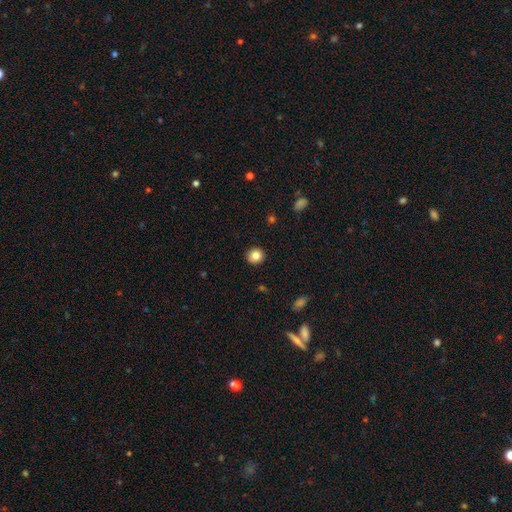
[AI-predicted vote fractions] The model was most divided on "smooth or featured": smooth: 83%, star or artifact: 10%, featured or disk: 7%. More confident: merging — none (92%); how rounded — round (90%).